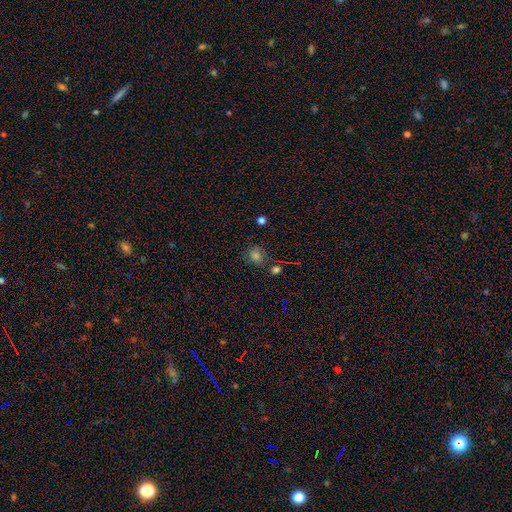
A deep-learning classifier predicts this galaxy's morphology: Overall: smooth (69%). How rounded: round (75%). Merging: none (71%).